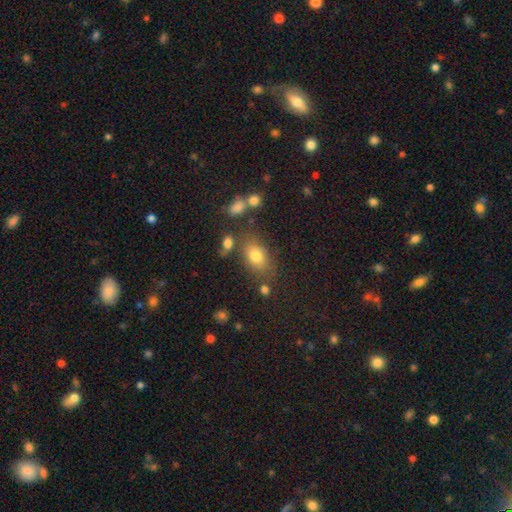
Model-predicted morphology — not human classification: smooth 76%, star or artifact 12%, featured or disk 12%. Down the decision tree: how rounded — in between (80%); merging — none (70%).